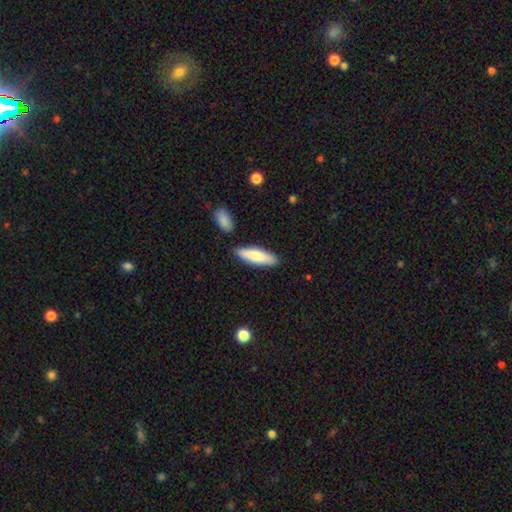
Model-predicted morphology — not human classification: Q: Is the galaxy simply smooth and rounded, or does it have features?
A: smooth — 78%.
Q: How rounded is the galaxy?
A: cigar-shaped — 58%.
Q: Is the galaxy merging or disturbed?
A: none — 81%.